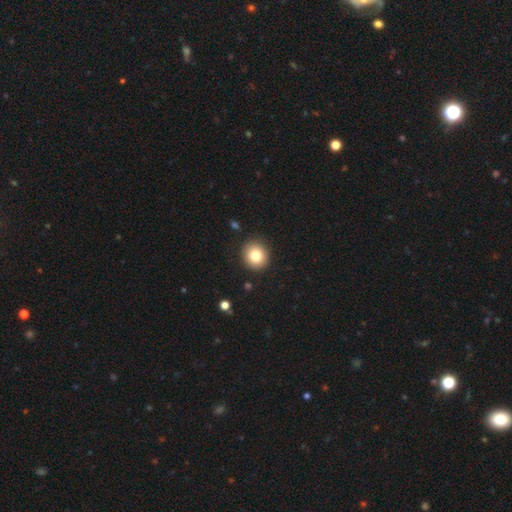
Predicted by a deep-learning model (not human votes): Smooth or featured? Predicted: smooth (p=0.80). How rounded? Predicted: round (p=0.85). Merging? Predicted: none (p=0.90).